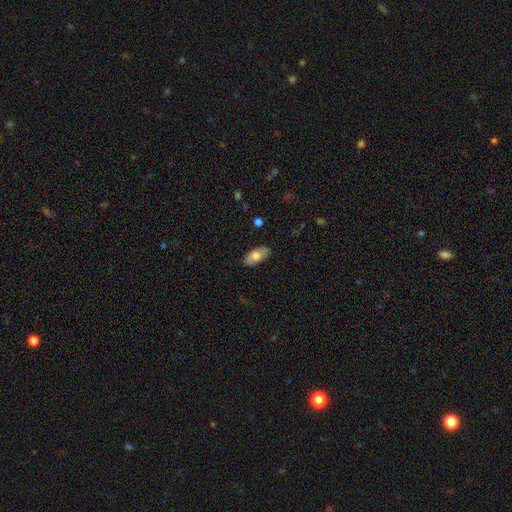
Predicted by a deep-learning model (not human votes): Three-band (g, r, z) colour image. It shows a smooth galaxy with no disk features (69%) that is in between round and cigar-shaped (92%). Merging: none (85%).